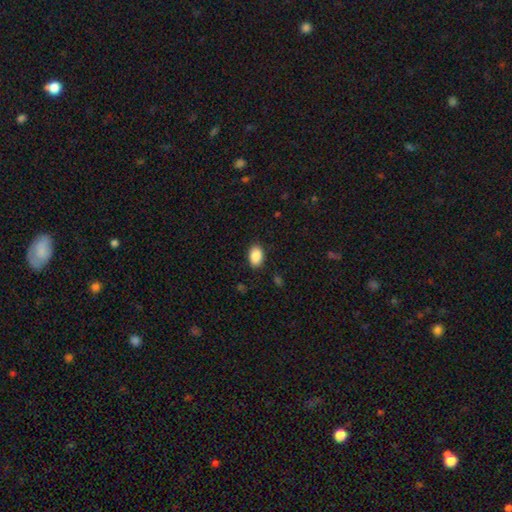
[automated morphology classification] A smooth galaxy with no disk features (89%) that is in between round and cigar-shaped (86%).

Vote fractions:
- Smooth or featured? smooth: 89% / star or artifact: 8% / featured or disk: 4%
- How rounded? in between: 86% / round: 13% / cigar-shaped: 1%
- Merging? none: 87% / minor disturbance: 10% / major disturbance: 2% / merger: 1%